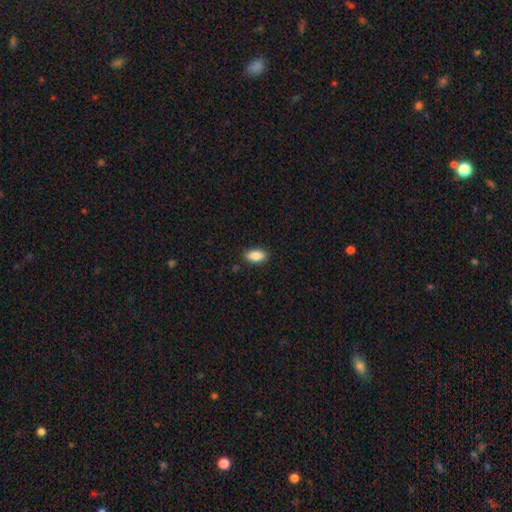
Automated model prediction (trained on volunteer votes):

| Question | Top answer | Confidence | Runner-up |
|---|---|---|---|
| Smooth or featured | smooth | 88% | star or artifact (7%) |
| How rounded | in between | 91% | cigar-shaped (6%) |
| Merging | none | 88% | minor disturbance (9%) |